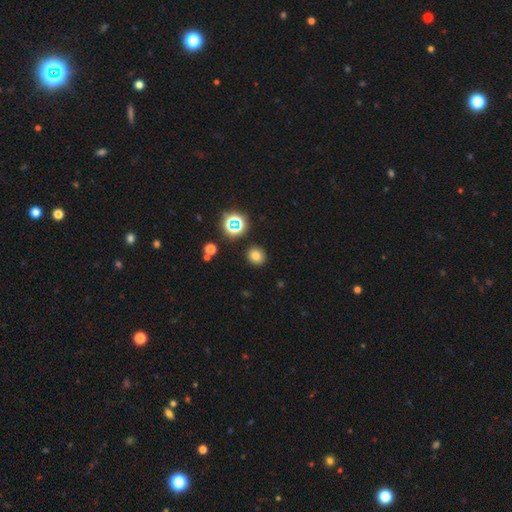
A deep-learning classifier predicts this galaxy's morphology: smooth 77%, star or artifact 18%, featured or disk 6%. Down the decision tree: how rounded — round (85%); merging — none (89%).